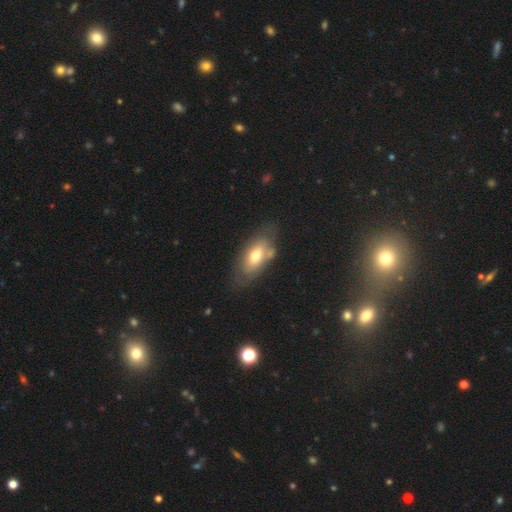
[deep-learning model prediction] This appears to be a smooth galaxy with no disk features (59%) that is in between round and cigar-shaped (89%). Merging: none (58%).